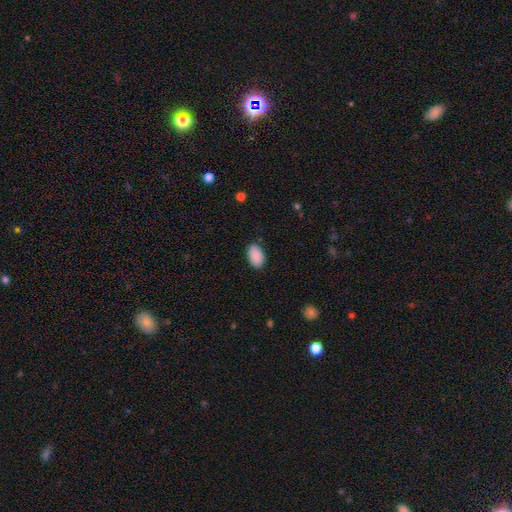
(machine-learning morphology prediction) This appears to be a smooth galaxy with no disk features (89%) that is in between round and cigar-shaped (93%). Merging: none (85%).